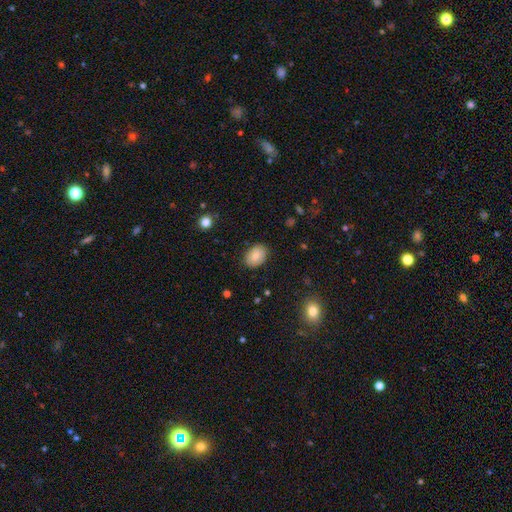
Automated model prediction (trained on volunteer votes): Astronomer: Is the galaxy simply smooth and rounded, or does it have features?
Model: smooth — 81%.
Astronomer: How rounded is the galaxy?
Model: in between — 74%.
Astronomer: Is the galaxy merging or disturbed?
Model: none — 84%.